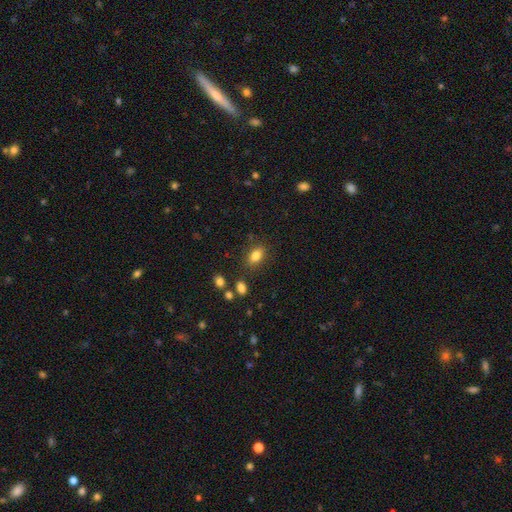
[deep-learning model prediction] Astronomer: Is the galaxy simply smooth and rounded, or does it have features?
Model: smooth — 83%.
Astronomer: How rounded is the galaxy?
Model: in between — 85%.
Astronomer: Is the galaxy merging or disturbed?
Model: none — 83%.